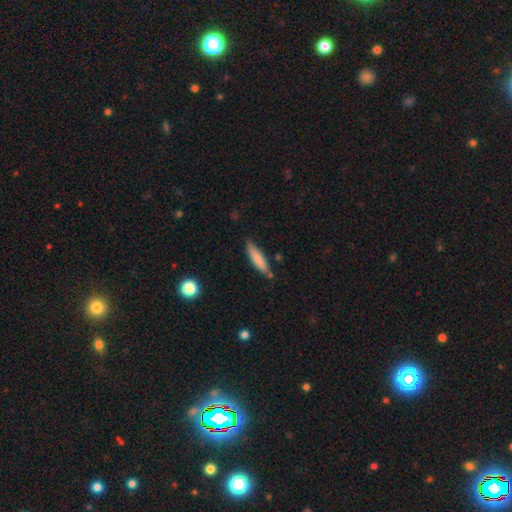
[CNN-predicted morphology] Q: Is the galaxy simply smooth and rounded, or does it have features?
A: smooth — 81%.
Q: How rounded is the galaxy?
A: cigar-shaped — 80%.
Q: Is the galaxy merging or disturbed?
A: none — 80%.